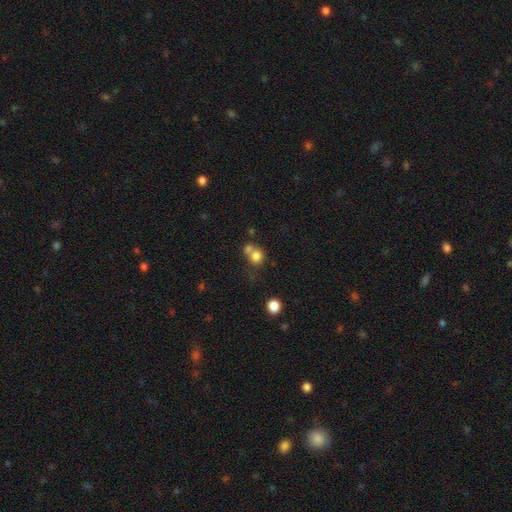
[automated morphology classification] A smooth galaxy with no disk features (78%) that is round (78%). Merging: merger (47%).